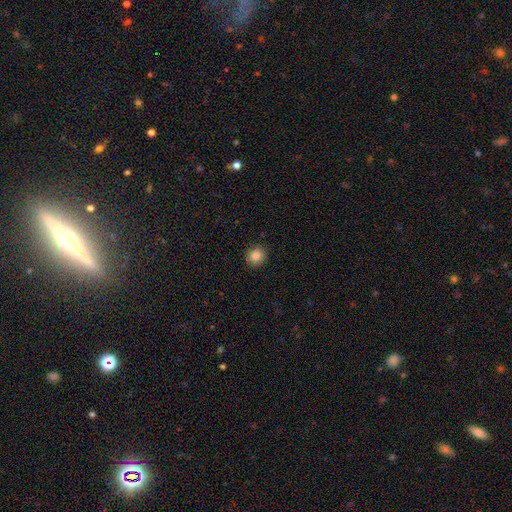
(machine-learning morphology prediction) Q: Smooth or featured?
A: smooth (85%); runner-up: star or artifact (10%)
Q: How rounded?
A: round (90%); runner-up: in between (9%)
Q: Merging?
A: none (91%); runner-up: minor disturbance (6%)